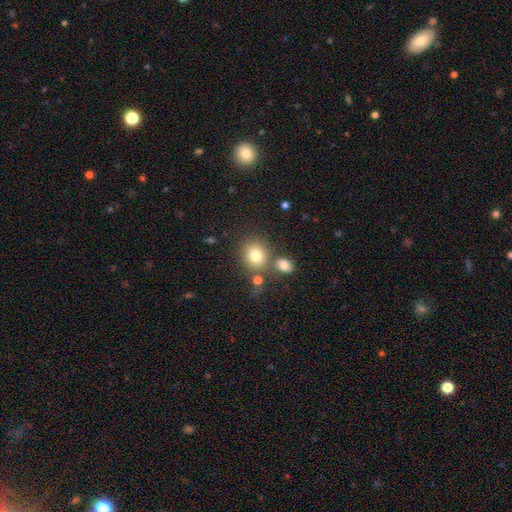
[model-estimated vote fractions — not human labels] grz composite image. It shows a smooth galaxy with no disk features (78%) that is round (73%). Merging: none (65%).